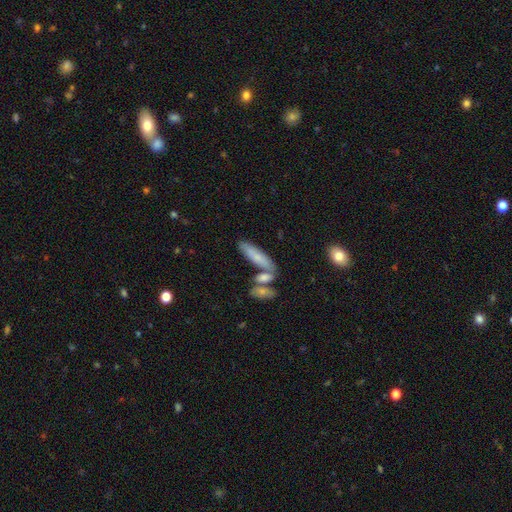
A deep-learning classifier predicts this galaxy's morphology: A smooth galaxy with no disk features (72%) that is cigar-shaped (62%).

Vote fractions:
- Smooth or featured? smooth: 72% / featured or disk: 21% / star or artifact: 6%
- How rounded? cigar-shaped: 62% / in between: 36% / round: 2%
- Merging? none: 57% / merger: 25% / minor disturbance: 14% / major disturbance: 4%